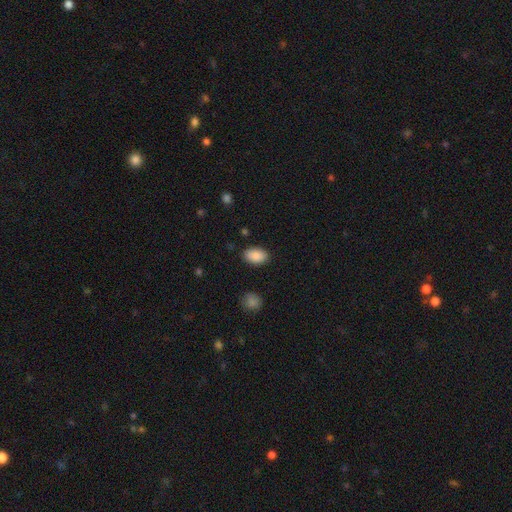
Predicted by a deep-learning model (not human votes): smooth-or-featured: smooth: 89% | star or artifact: 7% | featured or disk: 4%
  how-rounded: in between: 91% | round: 8% | cigar-shaped: 1%
  merging: none: 87% | minor disturbance: 9% | major disturbance: 2% | merger: 1%